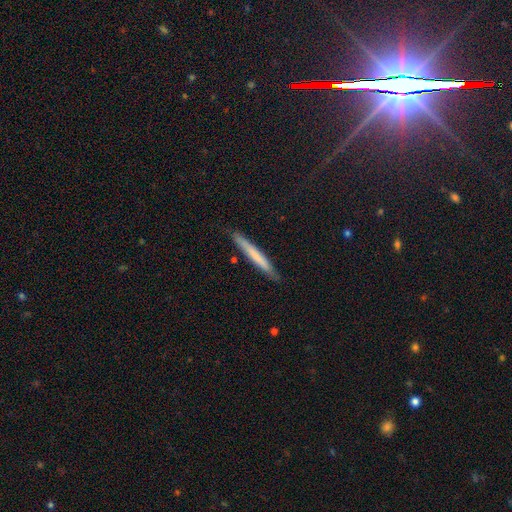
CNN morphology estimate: type=smooth (64%); roundness=cigar-shaped (97%); merging=none (86%).